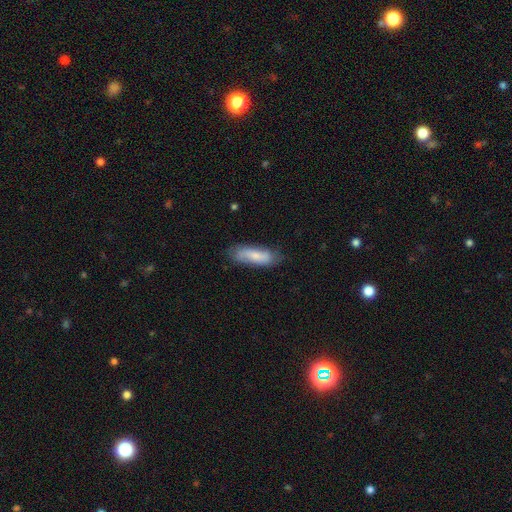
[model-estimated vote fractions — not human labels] Smooth or featured? Predicted: smooth (p=0.67). How rounded? Predicted: in between (p=0.55). Merging? Predicted: none (p=0.73).